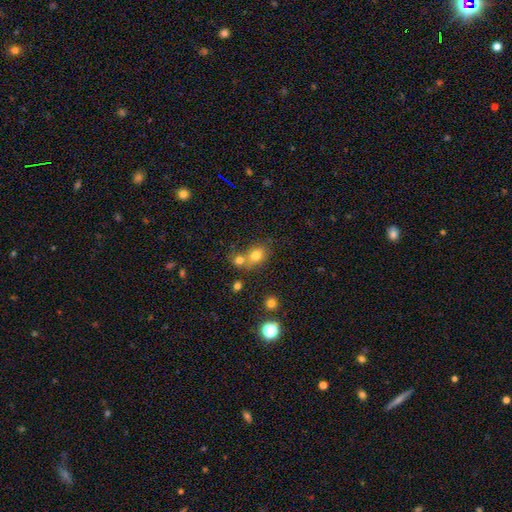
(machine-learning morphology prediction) The model was most divided on "merging": none: 45%, merger: 41%, minor disturbance: 10%, major disturbance: 4%. More confident: smooth or featured — smooth (75%); how rounded — round (51%).